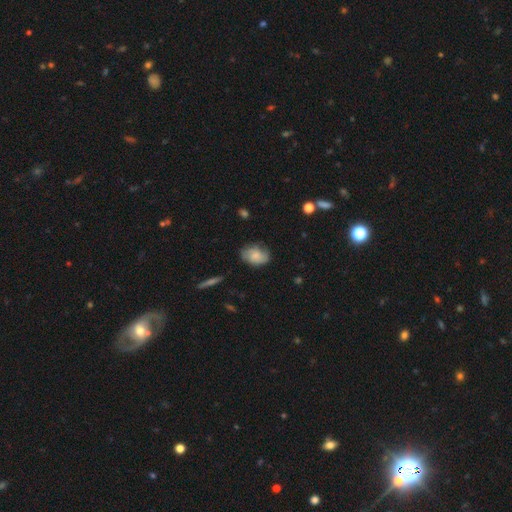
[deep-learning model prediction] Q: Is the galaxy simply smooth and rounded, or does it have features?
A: smooth — 71%.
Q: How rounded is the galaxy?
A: in between — 85%.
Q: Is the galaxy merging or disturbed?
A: none — 72%.